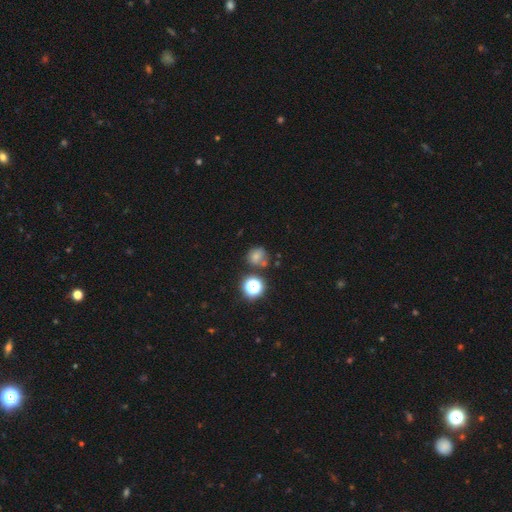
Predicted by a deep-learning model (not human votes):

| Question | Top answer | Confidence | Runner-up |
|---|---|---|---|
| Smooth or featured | smooth | 50% | star or artifact (37%) |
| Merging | none | 68% | minor disturbance (14%) |